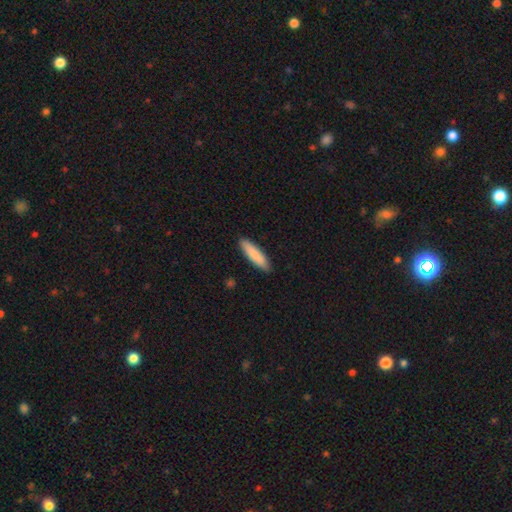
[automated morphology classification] type=smooth (85%); roundness=cigar-shaped (68%); merging=none (89%).